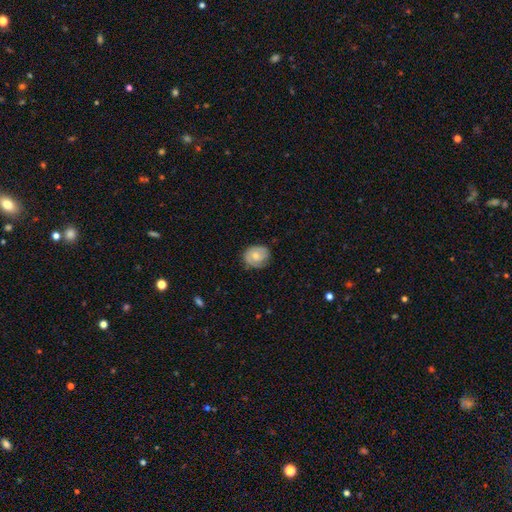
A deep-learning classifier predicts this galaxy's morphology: Q: Smooth or featured?
A: smooth (53%); runner-up: featured or disk (40%)
Q: How rounded?
A: round (63%); runner-up: in between (36%)
Q: Merging?
A: none (72%); runner-up: minor disturbance (22%)